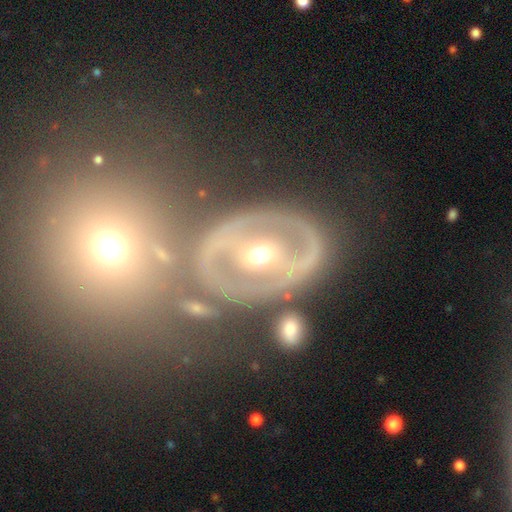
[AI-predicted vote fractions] Smooth or featured? featured or disk (75%)
Edge-on disk? no (93%)
Bar? no (42%)
Spiral arms? no (61%)
Bulge size? moderate (63%)
Merging? none (65%)